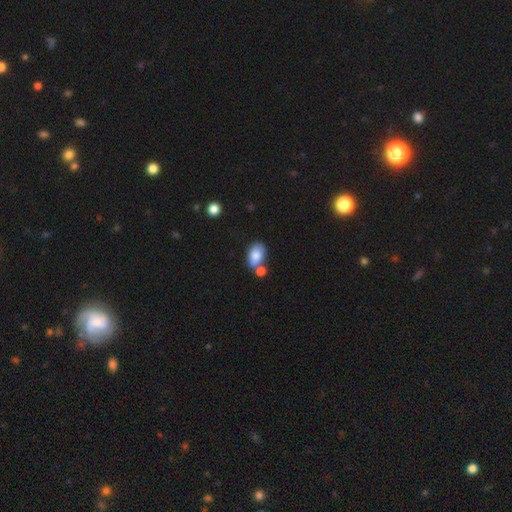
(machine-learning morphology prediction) A smooth galaxy with no disk features (81%) that is in between round and cigar-shaped (89%). Merging: none (47%).